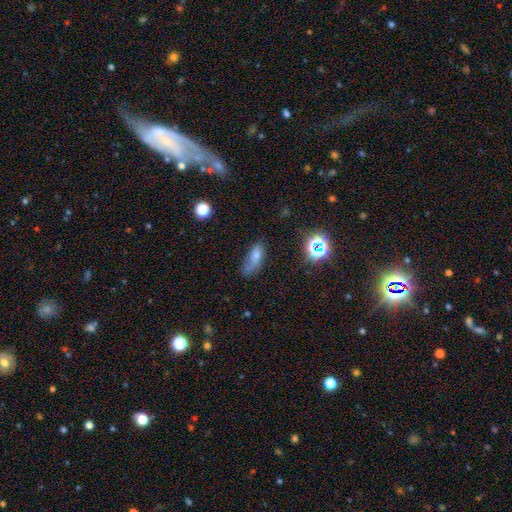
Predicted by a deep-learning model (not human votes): Smooth or featured?
  - smooth: 60% *
  - featured or disk: 21%
  - star or artifact: 19%
How rounded?
  - in between: 71% *
  - cigar-shaped: 23%
  - round: 7%
Merging?
  - none: 40% *
  - minor disturbance: 31%
  - major disturbance: 21%
  - merger: 8%